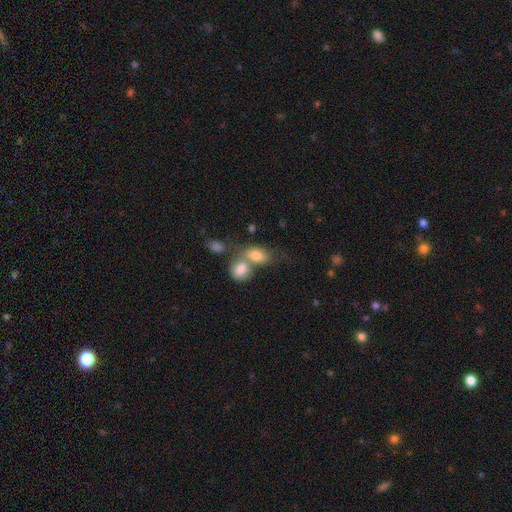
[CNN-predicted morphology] A smooth galaxy with no disk features (79%) that is in between round and cigar-shaped (75%). Merging: merger (58%).